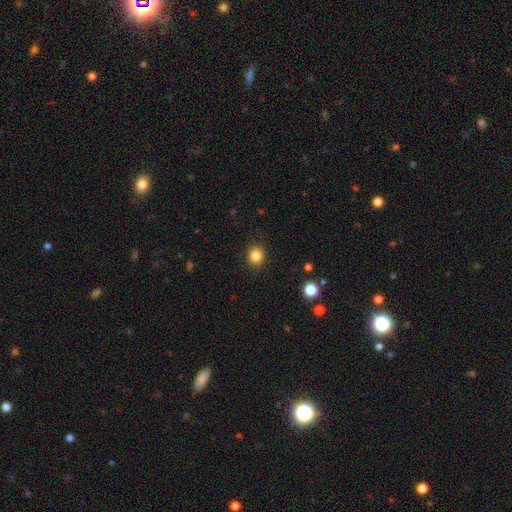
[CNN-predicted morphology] The model was most divided on "how rounded": round: 82%, in between: 17%, cigar-shaped: 1%. More confident: merging — none (90%); smooth or featured — smooth (84%).